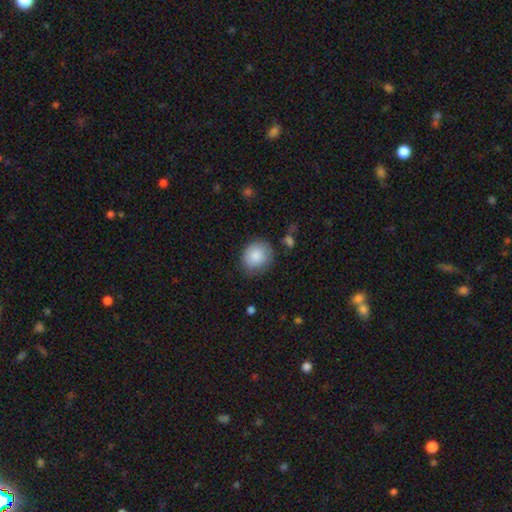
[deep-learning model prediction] This appears to be a smooth galaxy with no disk features (86%) that is round (79%). Merging: none (75%).